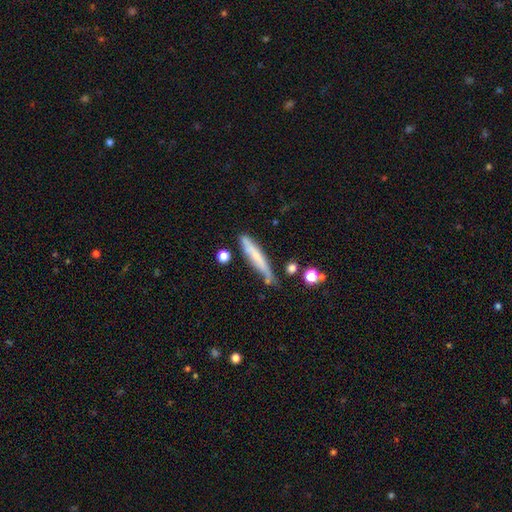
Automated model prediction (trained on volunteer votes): A smooth galaxy with no disk features (61%) that is cigar-shaped (91%).

Vote fractions:
- Smooth or featured? smooth: 61% / featured or disk: 31% / star or artifact: 7%
- How rounded? cigar-shaped: 91% / in between: 7% / round: 2%
- Merging? none: 63% / minor disturbance: 24% / merger: 7% / major disturbance: 6%